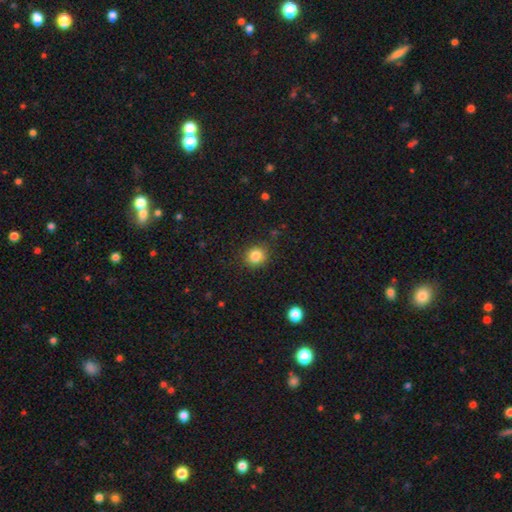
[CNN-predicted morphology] Smooth or featured?
  - smooth: 84% *
  - star or artifact: 11%
  - featured or disk: 5%
How rounded?
  - round: 84% *
  - in between: 15%
  - cigar-shaped: 1%
Merging?
  - none: 87% *
  - minor disturbance: 9%
  - major disturbance: 3%
  - merger: 1%